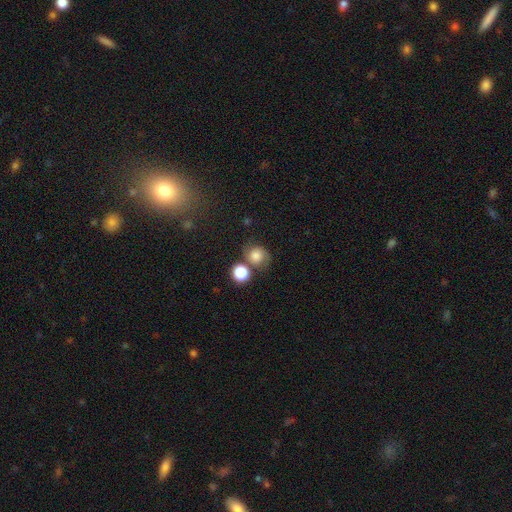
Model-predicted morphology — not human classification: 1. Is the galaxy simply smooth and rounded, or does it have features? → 66% smooth, 21% featured or disk, 12% star or artifact.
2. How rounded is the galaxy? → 81% round, 18% in between, 1% cigar-shaped.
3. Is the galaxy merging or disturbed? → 57% none, 18% minor disturbance, 17% merger, 8% major disturbance.